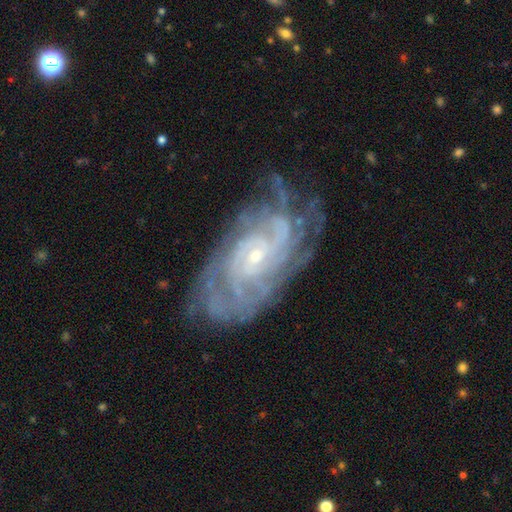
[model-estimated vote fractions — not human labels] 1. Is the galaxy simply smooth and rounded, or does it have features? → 88% featured or disk, 6% star or artifact, 5% smooth.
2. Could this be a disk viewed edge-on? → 95% no, 5% yes.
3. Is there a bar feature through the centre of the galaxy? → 61% no, 30% weak, 9% strong.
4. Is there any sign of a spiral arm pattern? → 97% yes, 3% no.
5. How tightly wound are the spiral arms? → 74% tight, 22% medium, 4% loose.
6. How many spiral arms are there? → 33% can't tell, 20% 4, 15% more than 4, 13% 2, 13% 3, 7% 1.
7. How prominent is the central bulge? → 76% small, 20% moderate, 2% none, 1% large, 1% dominant.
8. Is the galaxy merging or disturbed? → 71% none, 20% minor disturbance, 8% major disturbance, 2% merger.